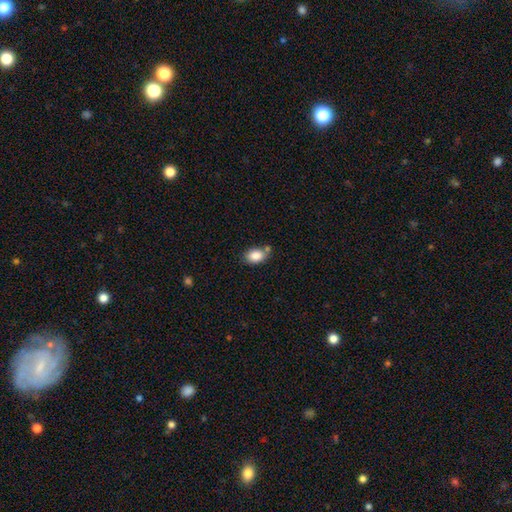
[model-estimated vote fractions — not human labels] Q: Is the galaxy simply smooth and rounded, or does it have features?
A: smooth — 85%.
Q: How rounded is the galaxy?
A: in between — 82%.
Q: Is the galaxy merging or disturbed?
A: none — 65%.